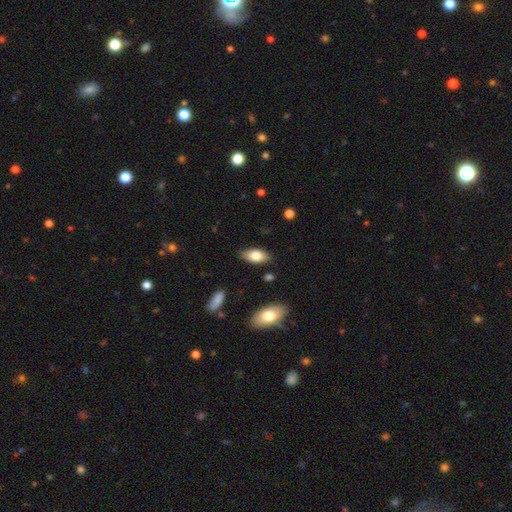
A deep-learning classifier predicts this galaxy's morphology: smooth_or_featured: smooth (p=0.78) [alt: featured or disk p=0.15]
how_rounded: in between (p=0.90) [alt: cigar-shaped p=0.07]
merging: none (p=0.85) [alt: minor disturbance p=0.11]